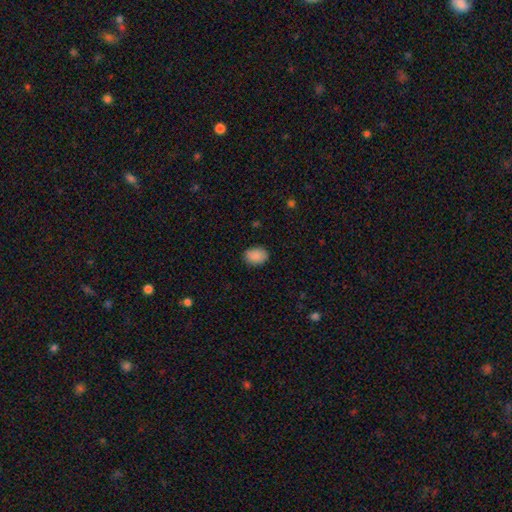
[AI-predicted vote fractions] smooth 89%, star or artifact 7%, featured or disk 4%. Down the decision tree: how rounded — in between (76%); merging — none (85%).